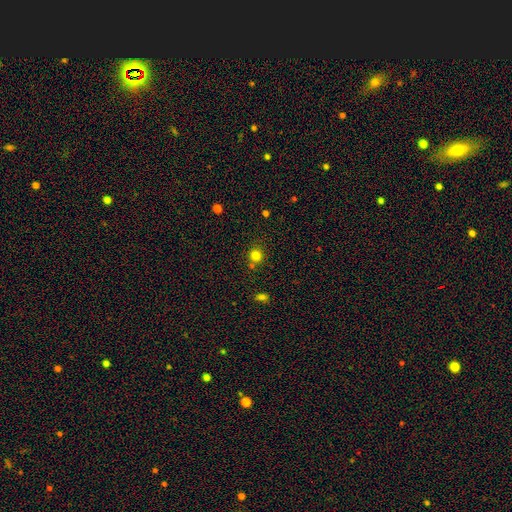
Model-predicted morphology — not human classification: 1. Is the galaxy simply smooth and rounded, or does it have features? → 80% smooth, 15% star or artifact, 5% featured or disk.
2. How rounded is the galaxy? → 90% round, 9% in between, 1% cigar-shaped.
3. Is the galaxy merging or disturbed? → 75% none, 12% merger, 9% minor disturbance, 3% major disturbance.